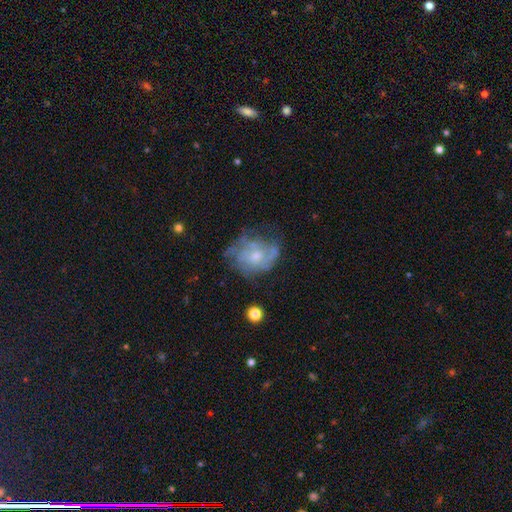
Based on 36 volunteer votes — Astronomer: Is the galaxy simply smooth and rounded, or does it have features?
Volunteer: featured or disk — 69%.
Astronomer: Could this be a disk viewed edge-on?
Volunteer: no — 100%.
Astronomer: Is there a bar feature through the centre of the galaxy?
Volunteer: no — 88%.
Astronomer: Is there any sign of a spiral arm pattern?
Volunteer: yes — 56% (runner-up: no, 44%).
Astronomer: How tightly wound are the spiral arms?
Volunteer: medium — 71%.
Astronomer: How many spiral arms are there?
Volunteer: can't tell — 64%.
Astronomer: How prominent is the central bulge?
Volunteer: small — 56% (runner-up: moderate, 44%).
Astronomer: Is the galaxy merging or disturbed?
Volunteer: none — 53%.